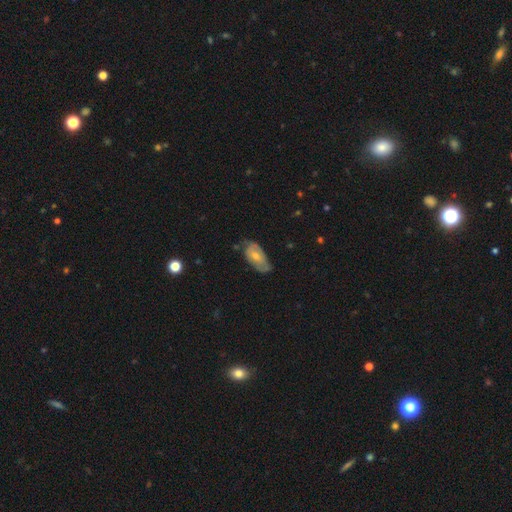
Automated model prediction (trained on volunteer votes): A smooth galaxy with no disk features (48%).

Vote fractions:
- Smooth or featured? smooth: 48% / featured or disk: 46% / star or artifact: 6%
- Merging? none: 50% / minor disturbance: 37% / major disturbance: 11% / merger: 2%